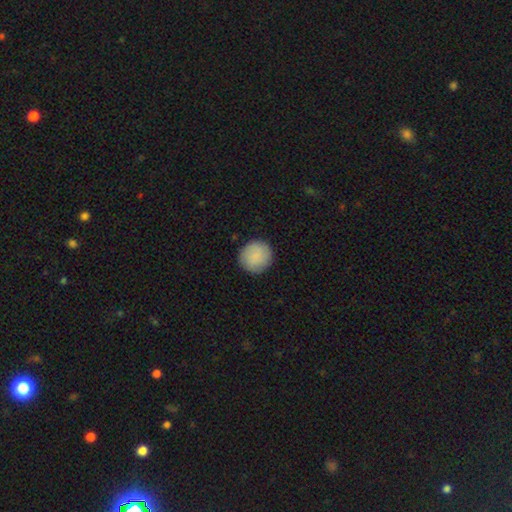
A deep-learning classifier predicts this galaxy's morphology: Smooth or featured? Predicted: smooth (p=0.89). How rounded? Predicted: round (p=0.93). Merging? Predicted: none (p=0.89).